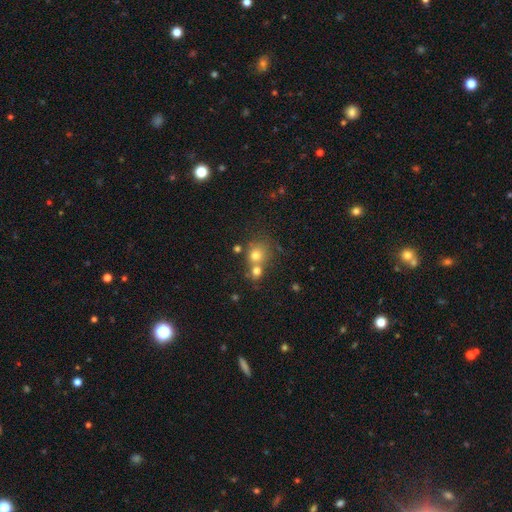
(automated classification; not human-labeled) Smooth or featured?
  - smooth: 72% *
  - star or artifact: 14%
  - featured or disk: 13%
How rounded?
  - round: 79% *
  - in between: 20%
  - cigar-shaped: 1%
Merging?
  - merger: 49% *
  - none: 40%
  - minor disturbance: 8%
  - major disturbance: 4%